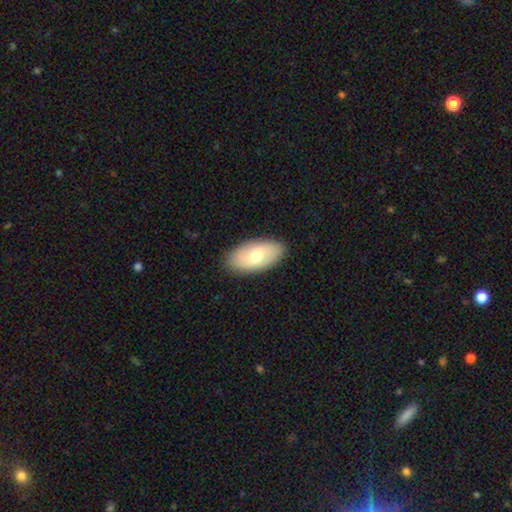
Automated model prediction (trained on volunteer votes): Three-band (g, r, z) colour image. It shows a smooth galaxy with no disk features (63%) that is in between round and cigar-shaped (94%). Merging: none (87%).